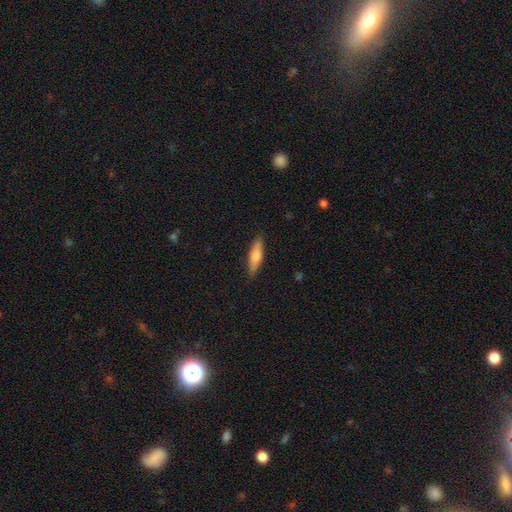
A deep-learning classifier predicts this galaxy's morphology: Smooth or featured?
  - smooth: 66% *
  - featured or disk: 28%
  - star or artifact: 6%
How rounded?
  - cigar-shaped: 67% *
  - in between: 31%
  - round: 2%
Merging?
  - none: 87% *
  - minor disturbance: 9%
  - major disturbance: 2%
  - merger: 1%